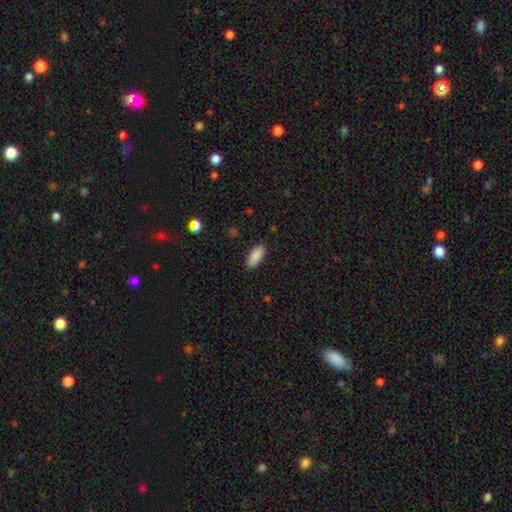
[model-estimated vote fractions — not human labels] Overall: smooth (90%). How rounded: in between (90%). Merging: none (88%).